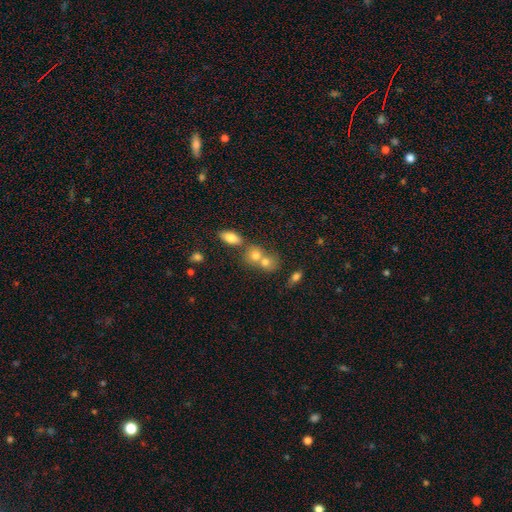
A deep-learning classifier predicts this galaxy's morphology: A smooth galaxy with no disk features (73%) that is round (63%).

Vote fractions:
- Smooth or featured? smooth: 73% / featured or disk: 15% / star or artifact: 13%
- How rounded? round: 63% / in between: 36% / cigar-shaped: 2%
- Merging? merger: 55% / none: 34% / minor disturbance: 7% / major disturbance: 4%